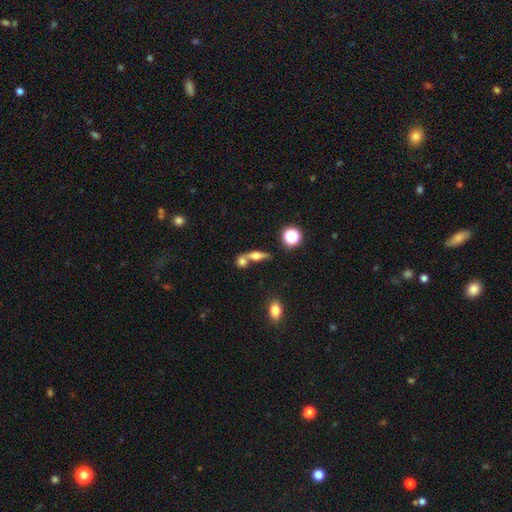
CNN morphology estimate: The model was most divided on "smooth or featured": smooth: 49%, featured or disk: 39%, star or artifact: 12%. Remaining: merging — none (48%).